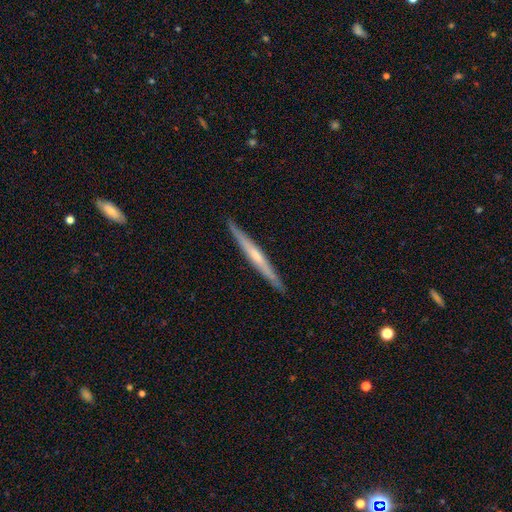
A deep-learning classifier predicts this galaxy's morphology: The model was most divided on "edge-on bulge": none: 52%, rounded: 41%, boxy: 7%. More confident: edge-on disk — yes (97%); merging — none (91%); smooth or featured — featured or disk (61%).